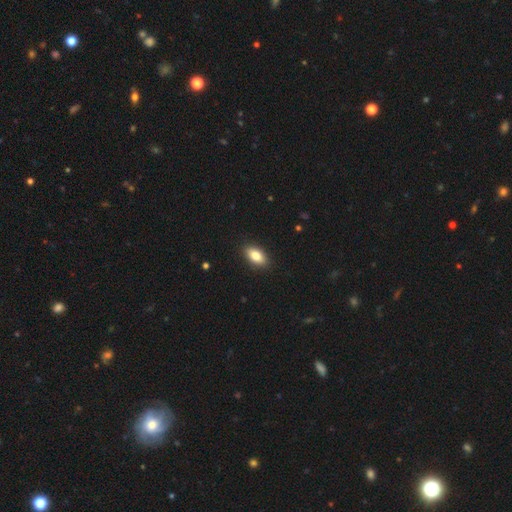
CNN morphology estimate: A smooth galaxy with no disk features (85%) that is in between round and cigar-shaped (91%).

Vote fractions:
- Smooth or featured? smooth: 85% / featured or disk: 8% / star or artifact: 7%
- How rounded? in between: 91% / round: 5% / cigar-shaped: 4%
- Merging? none: 90% / minor disturbance: 8% / major disturbance: 2% / merger: 1%